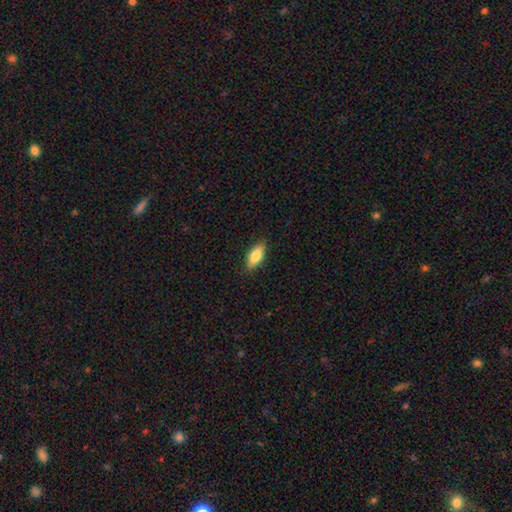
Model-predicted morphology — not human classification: Q: Smooth or featured?
A: smooth (83%); runner-up: featured or disk (11%)
Q: How rounded?
A: in between (83%); runner-up: cigar-shaped (15%)
Q: Merging?
A: none (86%); runner-up: minor disturbance (10%)